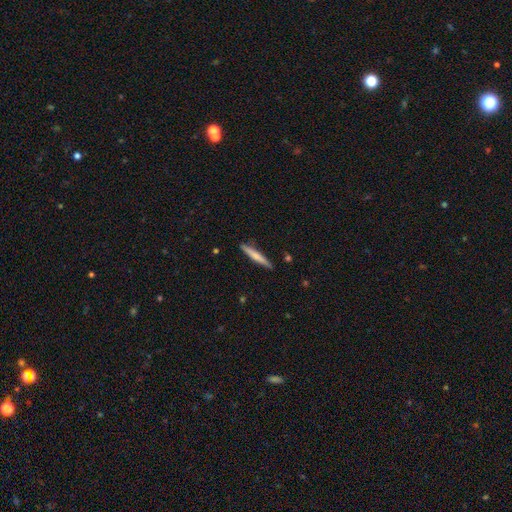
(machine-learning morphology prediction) Overall: smooth (62%; featured or disk 33%). How rounded: cigar-shaped (95%). Merging: none (89%).